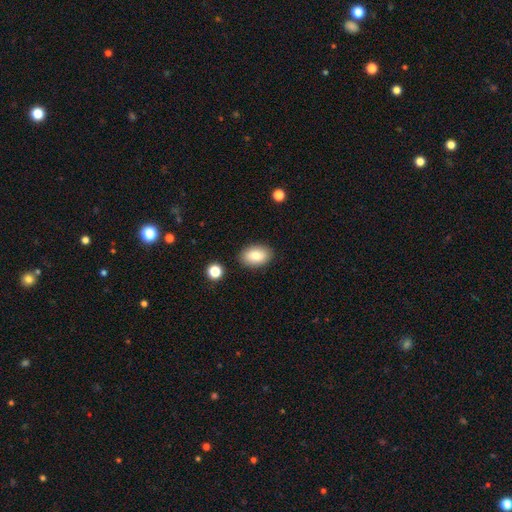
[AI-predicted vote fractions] smooth-or-featured: smooth: 83% | featured or disk: 10% | star or artifact: 7%
  how-rounded: in between: 89% | round: 10% | cigar-shaped: 1%
  merging: none: 86% | minor disturbance: 9% | major disturbance: 2% | merger: 2%